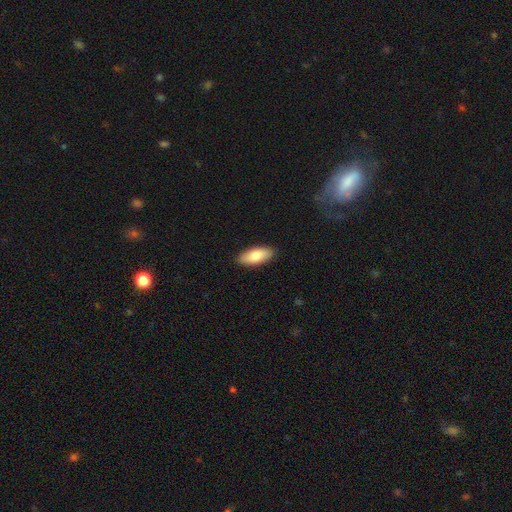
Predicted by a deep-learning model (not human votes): Smooth or featured: smooth — 83% (featured or disk — 12%)
How rounded: in between — 83% (cigar-shaped — 15%)
Merging: none — 89% (minor disturbance — 8%)